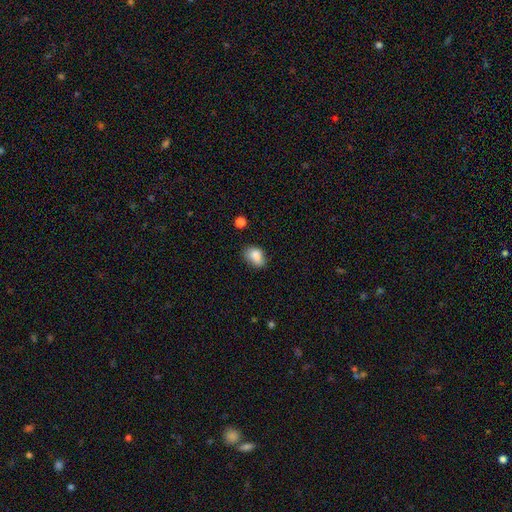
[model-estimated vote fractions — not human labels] Overall: smooth (84%). How rounded: in between (79%). Merging: none (61%; minor disturbance 29%).